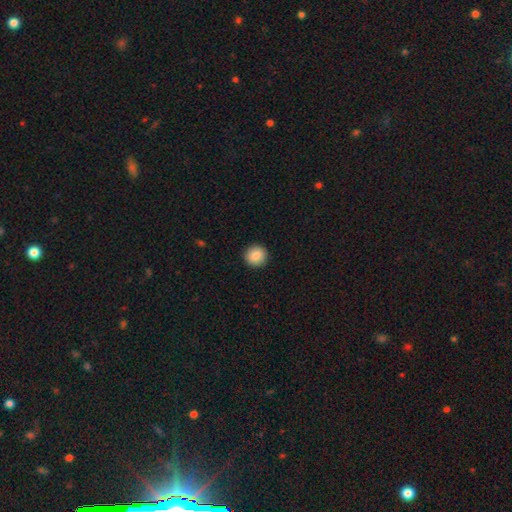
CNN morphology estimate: type=smooth (87%); roundness=round (94%); merging=none (93%).